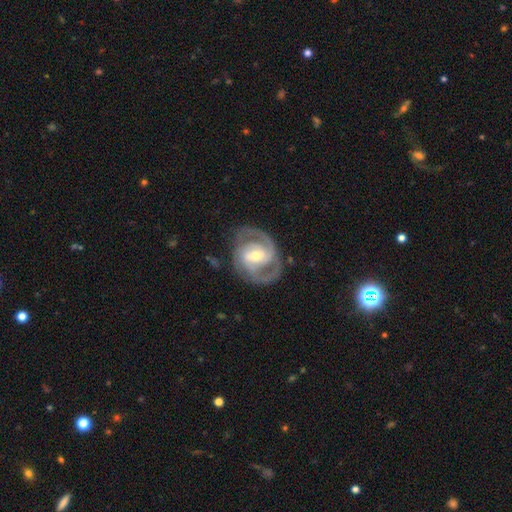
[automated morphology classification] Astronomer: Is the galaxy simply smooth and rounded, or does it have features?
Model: featured or disk — 89%.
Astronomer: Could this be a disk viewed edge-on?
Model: no — 97%.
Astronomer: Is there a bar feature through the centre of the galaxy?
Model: weak — 44% (runner-up: strong, 28%).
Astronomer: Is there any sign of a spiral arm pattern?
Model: yes — 97%.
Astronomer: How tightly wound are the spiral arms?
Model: medium — 49% (runner-up: tight, 42%).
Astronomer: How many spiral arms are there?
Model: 2 — 78%.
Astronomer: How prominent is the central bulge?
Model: moderate — 54% (runner-up: small, 39%).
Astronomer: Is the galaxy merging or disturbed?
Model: none — 76%.